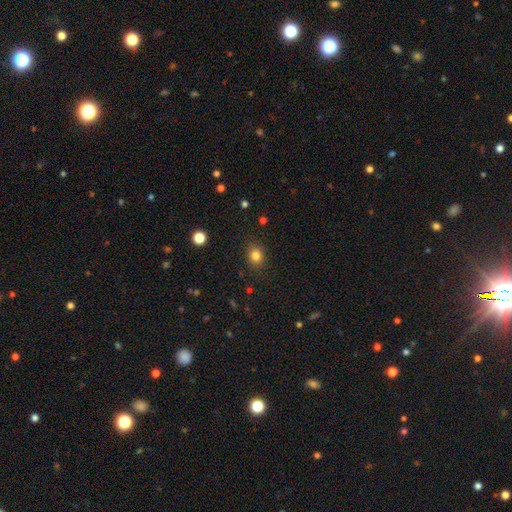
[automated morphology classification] Smooth or featured? smooth (83%)
How rounded? round (64%)
Merging? none (86%)